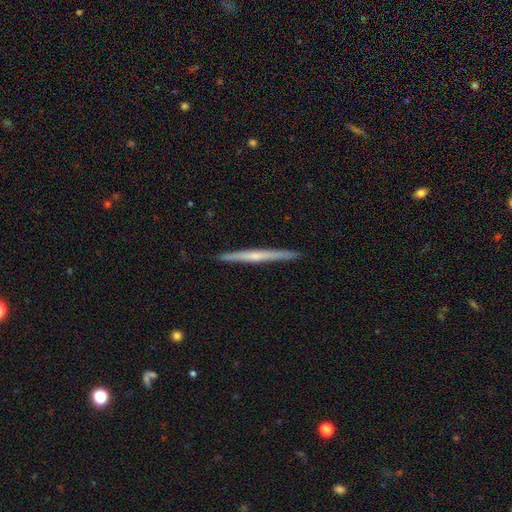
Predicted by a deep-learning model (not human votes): smooth_or_featured: featured or disk (p=0.60) [alt: smooth p=0.34]
disk_edge_on: yes (p=0.98) [alt: no p=0.02]
edge_on_bulge: none (p=0.55) [alt: rounded p=0.39]
merging: none (p=0.92) [alt: minor disturbance p=0.06]